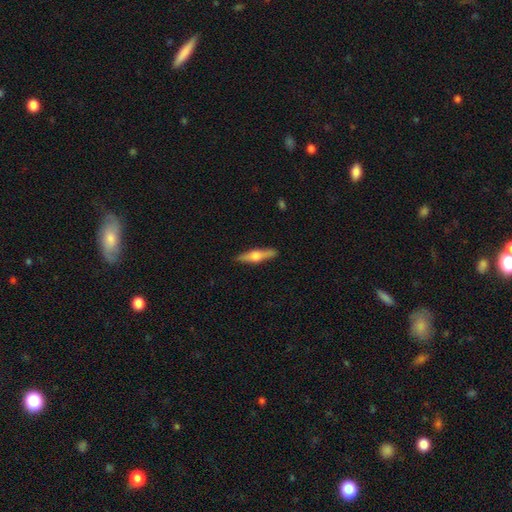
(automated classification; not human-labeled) Q: Smooth or featured?
A: featured or disk (61%); runner-up: smooth (33%)
Q: Edge-on disk?
A: yes (96%); runner-up: no (4%)
Q: Edge-on bulge?
A: rounded (91%); runner-up: boxy (6%)
Q: Merging?
A: none (88%); runner-up: minor disturbance (9%)